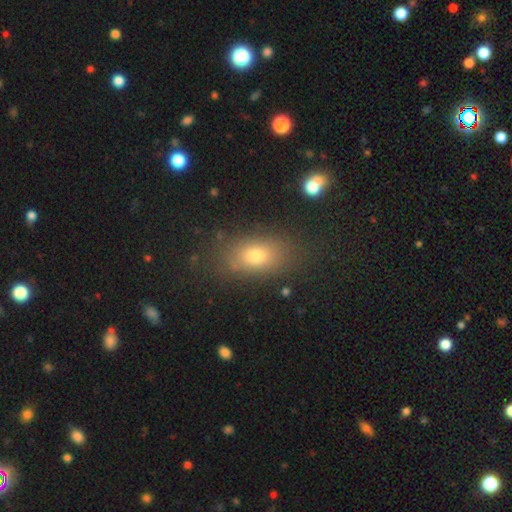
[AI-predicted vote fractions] Q: Smooth or featured?
A: smooth (75%); runner-up: featured or disk (13%)
Q: How rounded?
A: in between (82%); runner-up: round (14%)
Q: Merging?
A: none (79%); runner-up: minor disturbance (13%)